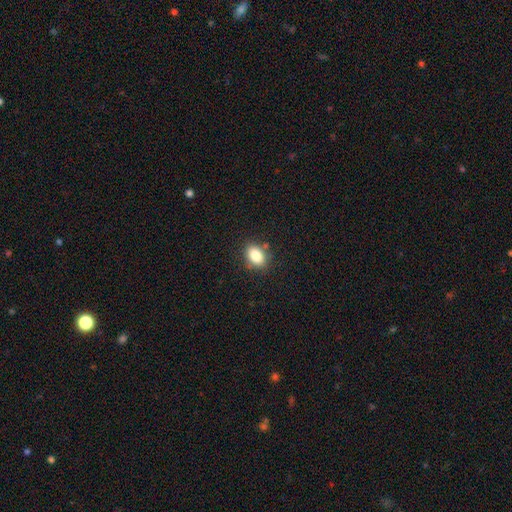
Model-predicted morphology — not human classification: type=smooth (85%); roundness=in between (81%); merging=none (82%).